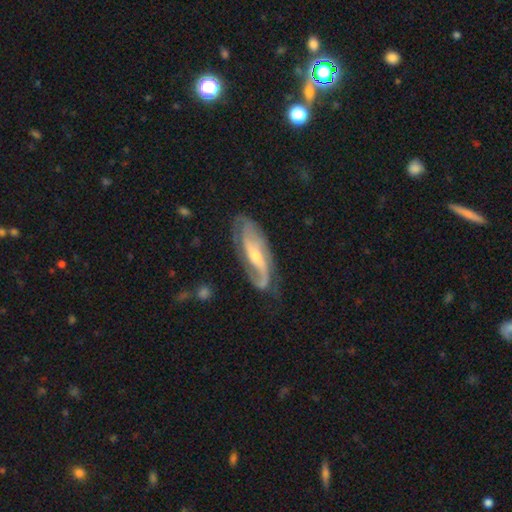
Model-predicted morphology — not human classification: smooth-or-featured: featured or disk: 84% | smooth: 11% | star or artifact: 5%
  disk-edge-on: no: 88% | yes: 12%
    bar: no: 40% | weak: 37% | strong: 24%
    has-spiral-arms: yes: 95% | no: 5%
      spiral-winding: medium: 42% | loose: 34% | tight: 24%
      spiral-arm-count: 2: 70% | can't tell: 12% | 3: 7% | 1: 6% | 4: 2% | more than 4: 2%
    bulge-size: small: 48% | moderate: 47% | large: 2% | none: 1% | dominant: 1%
  merging: none: 65% | minor disturbance: 22% | major disturbance: 10% | merger: 2%